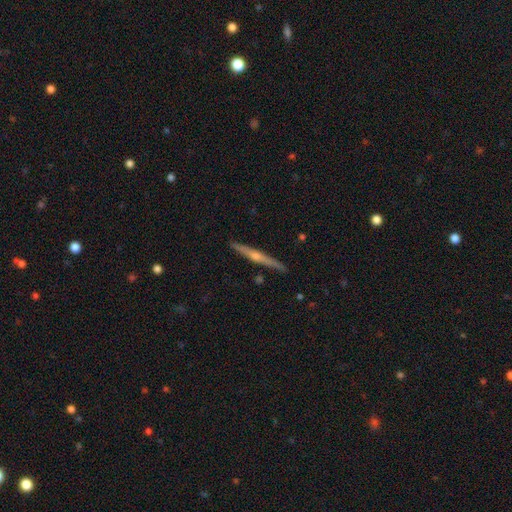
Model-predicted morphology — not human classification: This is likely a featured or disk galaxy (73%). It is clearly viewed edge-on (96%). Edge-on bulge: likely rounded (80%). Merging: clearly none (88%).